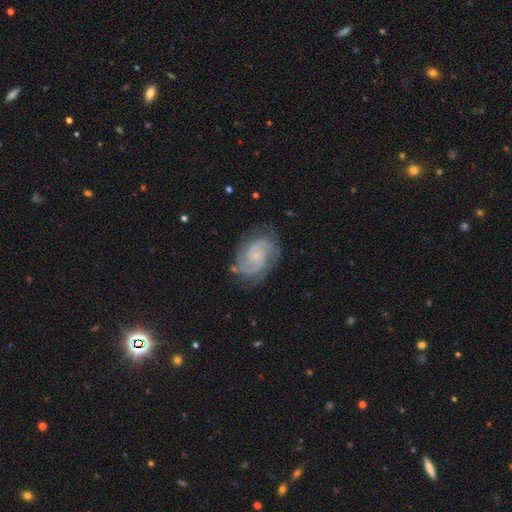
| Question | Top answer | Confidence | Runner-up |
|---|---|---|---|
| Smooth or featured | featured or disk | 90% | smooth (5%) |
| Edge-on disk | no | 100% | — |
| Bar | no | 77% | weak (14%) |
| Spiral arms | yes | 100% | — |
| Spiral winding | medium | 51% | tight (46%) |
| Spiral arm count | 2 | 94% | 3 (3%) |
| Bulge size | small | 80% | moderate (9%) |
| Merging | none | 68% | minor disturbance (24%) |